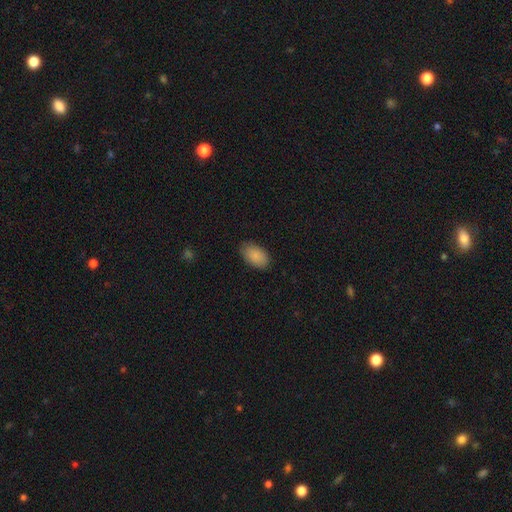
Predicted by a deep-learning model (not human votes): Q: Smooth or featured?
A: smooth (88%); runner-up: star or artifact (7%)
Q: How rounded?
A: in between (94%); runner-up: round (5%)
Q: Merging?
A: none (83%); runner-up: minor disturbance (14%)